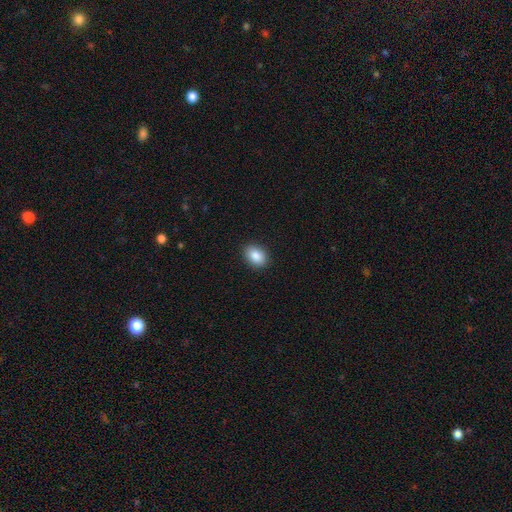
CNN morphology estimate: Smooth or featured? Predicted: smooth (p=0.88). How rounded? Predicted: in between (p=0.79). Merging? Predicted: none (p=0.89).